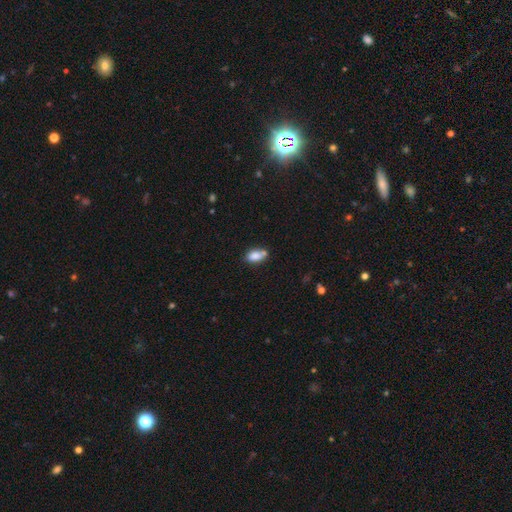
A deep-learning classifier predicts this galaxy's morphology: The model was most divided on "merging": none: 52%, merger: 22%, minor disturbance: 21%, major disturbance: 5%. More confident: how rounded — in between (88%); smooth or featured — smooth (82%).